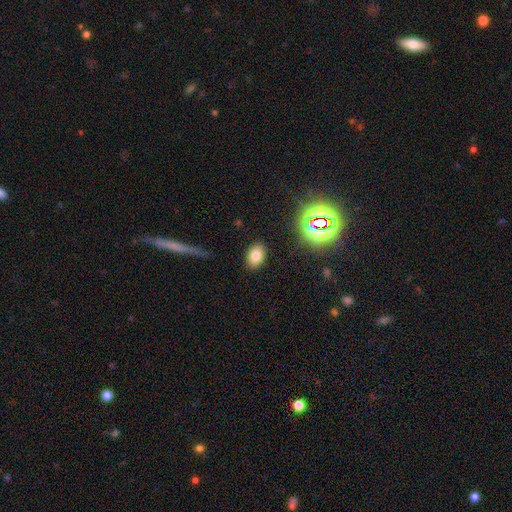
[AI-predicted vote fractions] Morphology: type=smooth (78%); roundness=in between (85%); merging=none (87%).